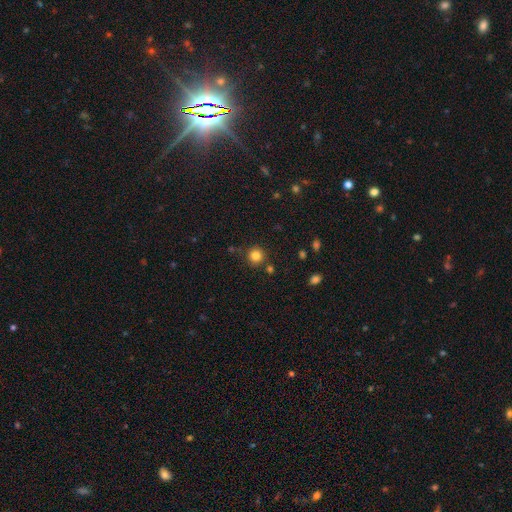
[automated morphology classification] smooth-or-featured: smooth: 83% | star or artifact: 12% | featured or disk: 5%
  how-rounded: round: 94% | in between: 5% | cigar-shaped: 1%
  merging: none: 84% | minor disturbance: 8% | merger: 5% | major disturbance: 3%